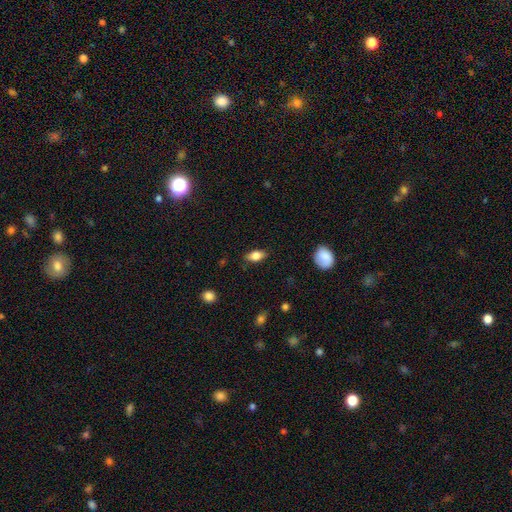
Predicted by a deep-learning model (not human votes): A smooth galaxy with no disk features (77%) that is in between round and cigar-shaped (86%).

Vote fractions:
- Smooth or featured? smooth: 77% / featured or disk: 15% / star or artifact: 8%
- How rounded? in between: 86% / cigar-shaped: 8% / round: 6%
- Merging? none: 85% / minor disturbance: 12% / major disturbance: 3% / merger: 1%